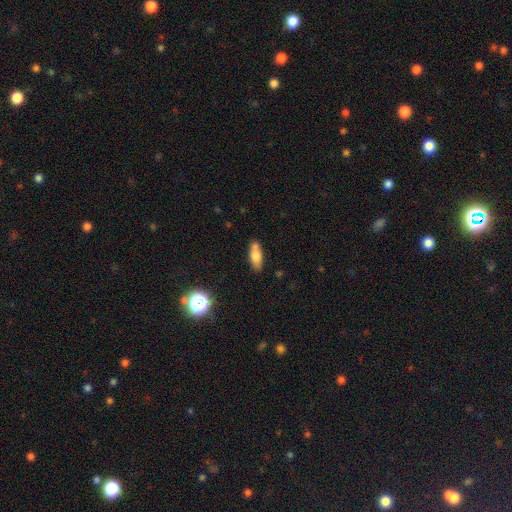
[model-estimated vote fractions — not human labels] smooth-or-featured: smooth: 72% | featured or disk: 19% | star or artifact: 9%
  how-rounded: in between: 69% | cigar-shaped: 28% | round: 3%
  merging: none: 67% | minor disturbance: 17% | merger: 11% | major disturbance: 4%